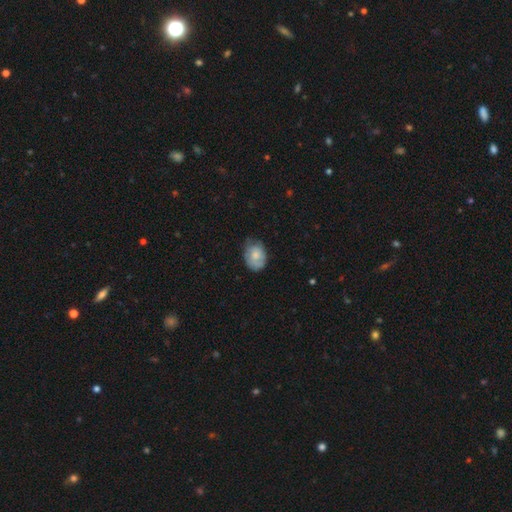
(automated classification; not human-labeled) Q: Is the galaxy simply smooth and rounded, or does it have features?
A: smooth — 64%.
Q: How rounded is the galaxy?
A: in between — 74%.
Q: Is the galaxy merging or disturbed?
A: none — 59%.